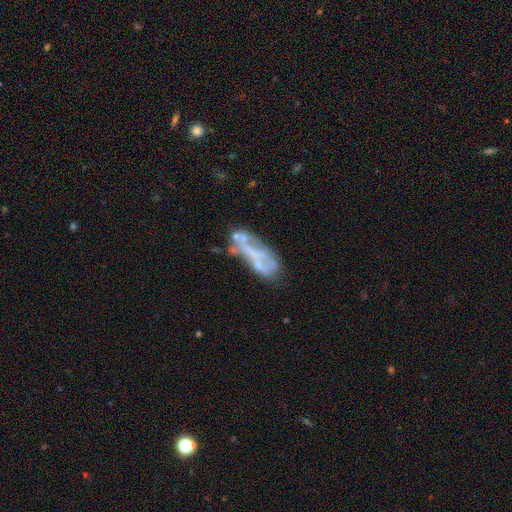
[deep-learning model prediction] smooth_or_featured: featured or disk (p=0.61) [alt: smooth p=0.28]
disk_edge_on: no (p=0.89) [alt: yes p=0.11]
bar: no (p=0.77) [alt: weak p=0.15]
has_spiral_arms: no (p=0.84) [alt: yes p=0.16]
bulge_size: none (p=0.67) [alt: small p=0.19]
merging: none (p=0.39) [alt: minor disturbance p=0.22]